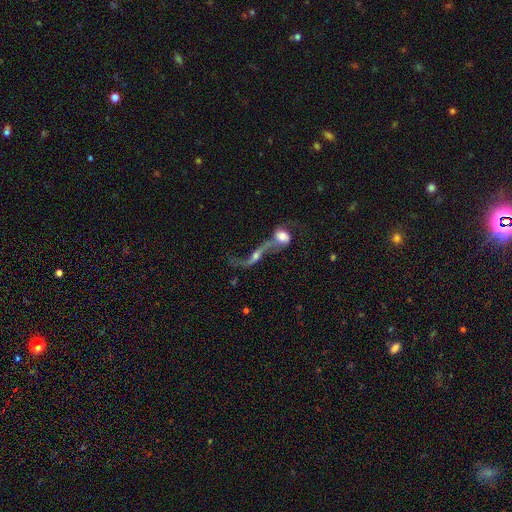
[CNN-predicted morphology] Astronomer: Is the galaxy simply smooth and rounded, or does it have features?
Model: featured or disk — 55%.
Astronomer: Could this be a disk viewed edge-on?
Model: no — 78%.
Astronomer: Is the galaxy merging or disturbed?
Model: merger — 63%.